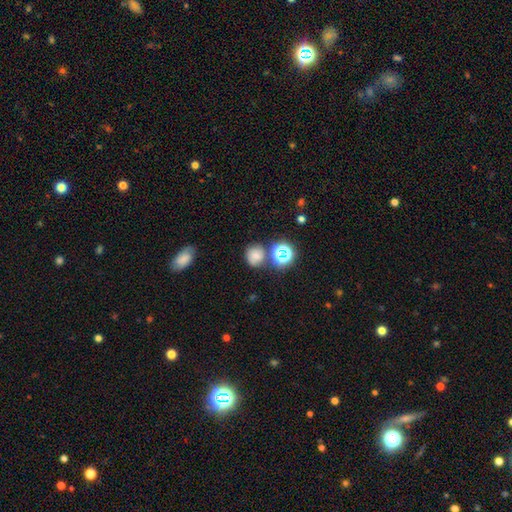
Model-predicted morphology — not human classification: Smooth or featured? Predicted: smooth (p=0.65). How rounded? Predicted: round (p=0.83). Merging? Predicted: none (p=0.66).